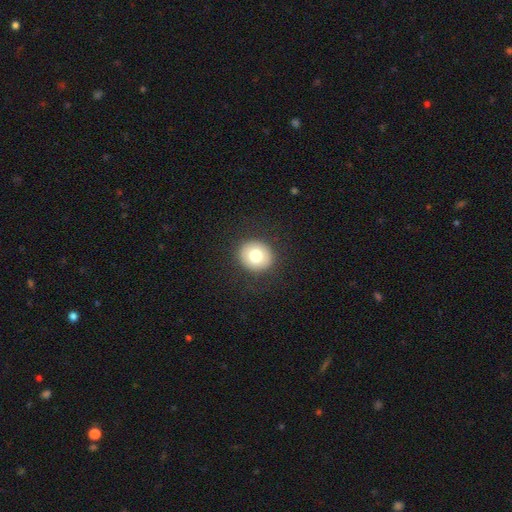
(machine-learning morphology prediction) Overall: smooth (77%). How rounded: round (83%). Merging: none (89%).